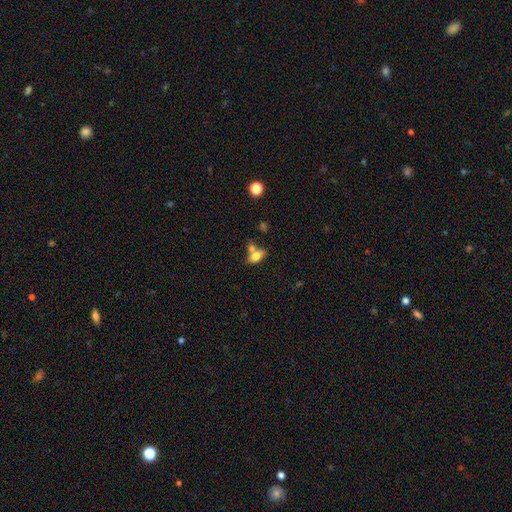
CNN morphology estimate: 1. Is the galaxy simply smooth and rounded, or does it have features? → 71% smooth, 20% featured or disk, 9% star or artifact.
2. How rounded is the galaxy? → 82% in between, 10% cigar-shaped, 8% round.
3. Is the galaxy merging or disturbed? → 45% none, 36% merger, 13% minor disturbance, 6% major disturbance.